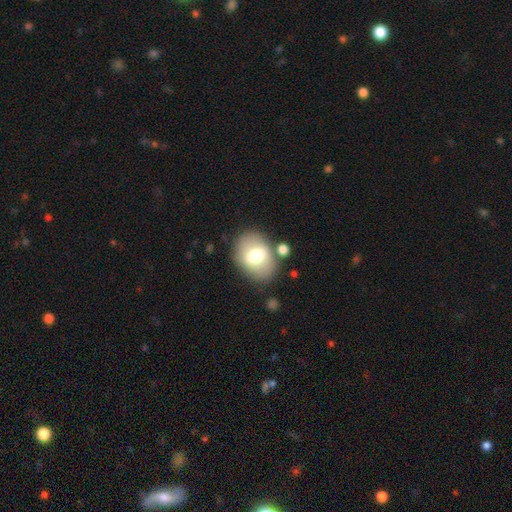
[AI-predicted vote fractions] Smooth or featured: smooth — 63% (featured or disk — 29%)
How rounded: in between — 70% (round — 29%)
Merging: none — 75% (minor disturbance — 13%)